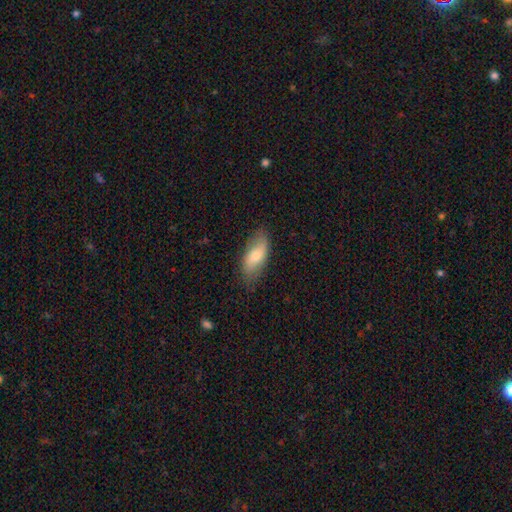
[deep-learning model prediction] smooth 64%, featured or disk 29%, star or artifact 6%. Down the decision tree: how rounded — in between (85%); merging — none (78%).